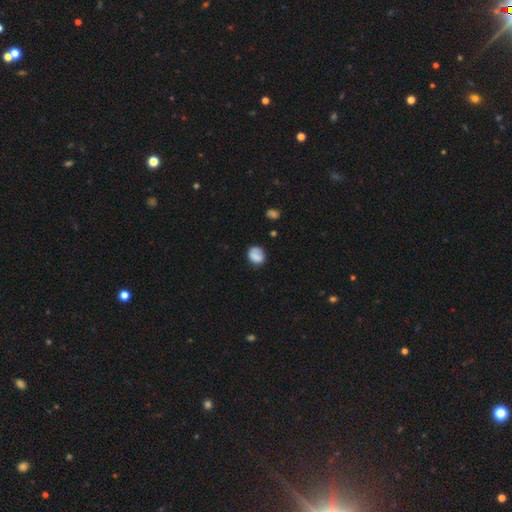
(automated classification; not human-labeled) The model was most divided on "how rounded": round: 64%, in between: 35%, cigar-shaped: 1%. More confident: smooth or featured — smooth (80%); merging — none (70%).